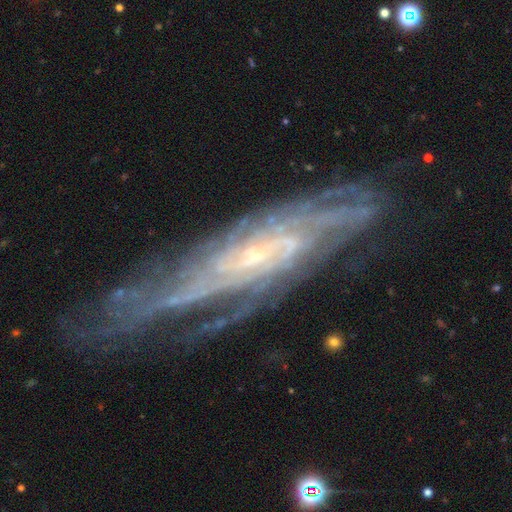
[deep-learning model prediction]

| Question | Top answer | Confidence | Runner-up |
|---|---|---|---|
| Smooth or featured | featured or disk | 87% | star or artifact (6%) |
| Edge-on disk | no | 77% | yes (23%) |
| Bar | no | 61% | weak (28%) |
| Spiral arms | yes | 96% | no (4%) |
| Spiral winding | tight | 64% | medium (29%) |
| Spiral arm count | can't tell | 41% | 4 (15%) |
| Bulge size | small | 81% | moderate (13%) |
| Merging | none | 69% | minor disturbance (20%) |